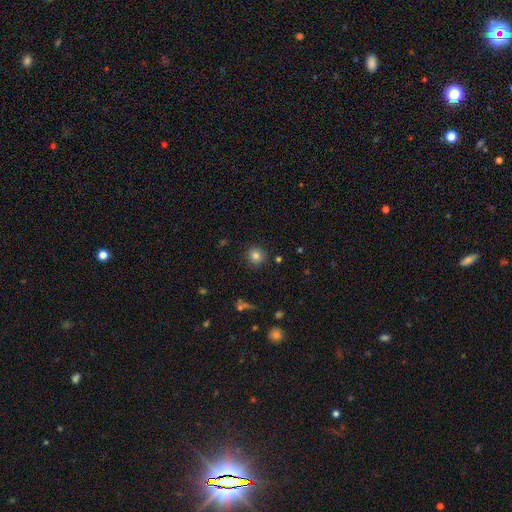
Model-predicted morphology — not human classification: smooth_or_featured: smooth (p=0.81) [alt: star or artifact p=0.12]
how_rounded: round (p=0.93) [alt: in between p=0.06]
merging: none (p=0.90) [alt: minor disturbance p=0.06]